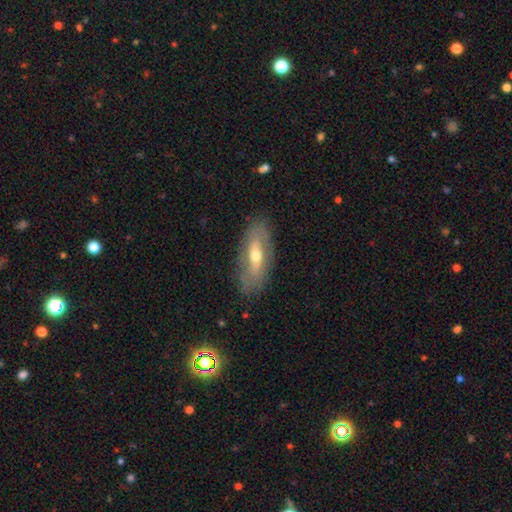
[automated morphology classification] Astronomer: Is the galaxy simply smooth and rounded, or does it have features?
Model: featured or disk — 63%.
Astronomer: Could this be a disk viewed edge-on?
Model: no — 73%.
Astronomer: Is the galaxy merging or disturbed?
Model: none — 83%.